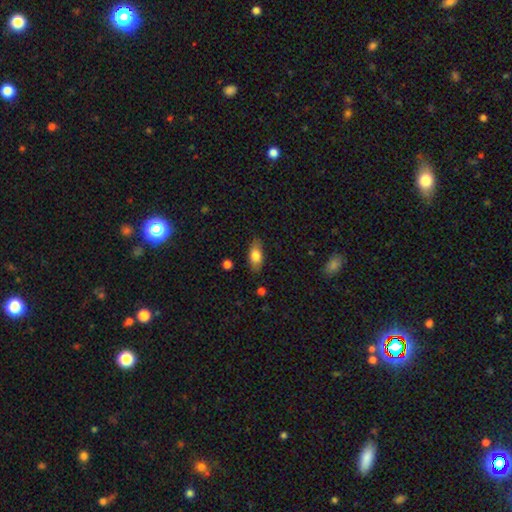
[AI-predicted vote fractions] smooth-or-featured: smooth: 79% | featured or disk: 14% | star or artifact: 7%
  how-rounded: in between: 86% | cigar-shaped: 9% | round: 5%
  merging: none: 81% | minor disturbance: 15% | major disturbance: 3% | merger: 1%